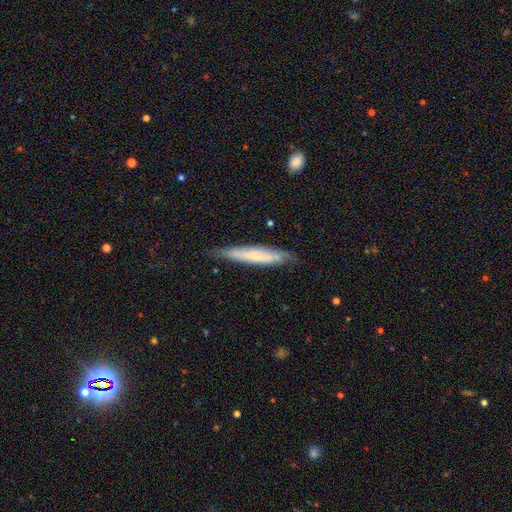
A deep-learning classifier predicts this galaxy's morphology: Smooth or featured? Predicted: smooth (p=0.52). How rounded? Predicted: cigar-shaped (p=0.91). Merging? Predicted: none (p=0.74).